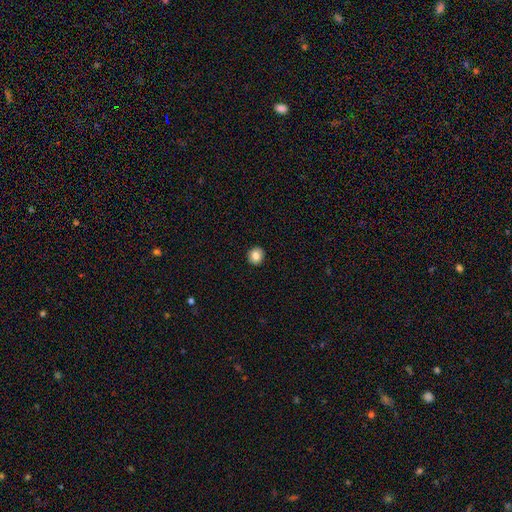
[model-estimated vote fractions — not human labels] Smooth or featured: smooth — 84% (star or artifact — 9%)
How rounded: round — 87% (in between — 12%)
Merging: none — 93% (minor disturbance — 5%)